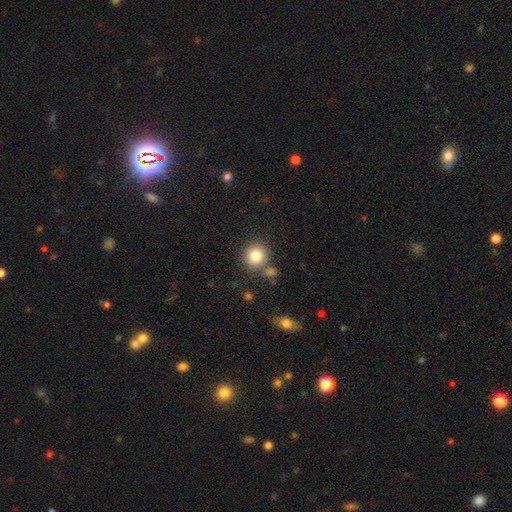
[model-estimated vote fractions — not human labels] smooth-or-featured: smooth: 82% | star or artifact: 10% | featured or disk: 8%
  how-rounded: round: 89% | in between: 10% | cigar-shaped: 1%
  merging: none: 74% | merger: 12% | minor disturbance: 10% | major disturbance: 3%